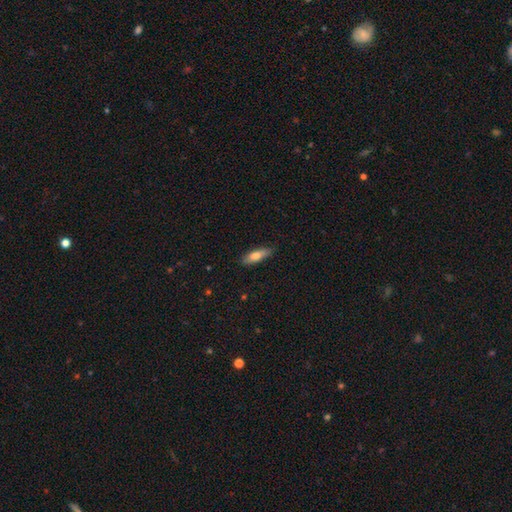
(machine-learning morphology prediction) smooth 73%, featured or disk 21%, star or artifact 6%. Down the decision tree: how rounded — cigar-shaped (54%); merging — none (85%).